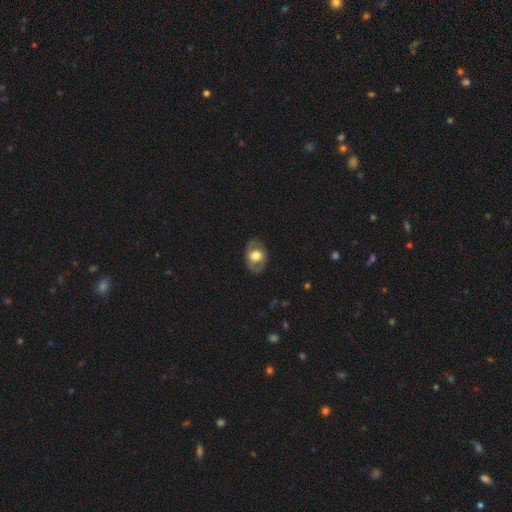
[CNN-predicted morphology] The model was most divided on "smooth or featured": smooth: 51%, featured or disk: 42%, star or artifact: 7%. More confident: merging — none (76%); how rounded — in between (74%).